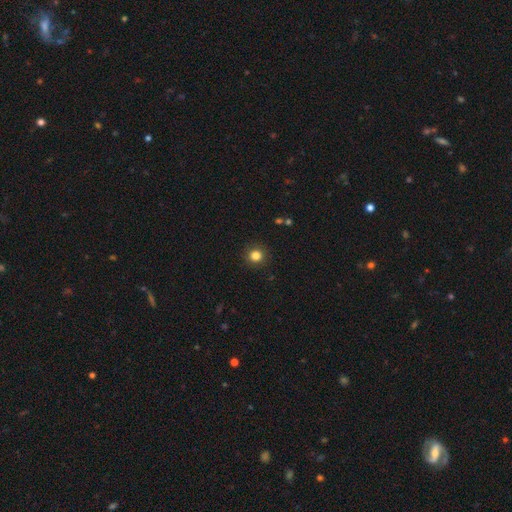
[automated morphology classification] Overall: smooth (83%). How rounded: round (91%). Merging: none (91%).